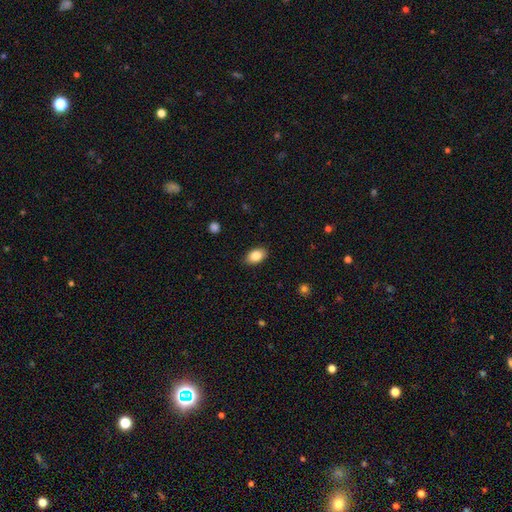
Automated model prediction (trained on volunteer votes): Smooth or featured?
  - smooth: 85% *
  - star or artifact: 8%
  - featured or disk: 7%
How rounded?
  - in between: 90% *
  - round: 8%
  - cigar-shaped: 1%
Merging?
  - none: 88% *
  - minor disturbance: 9%
  - major disturbance: 2%
  - merger: 1%